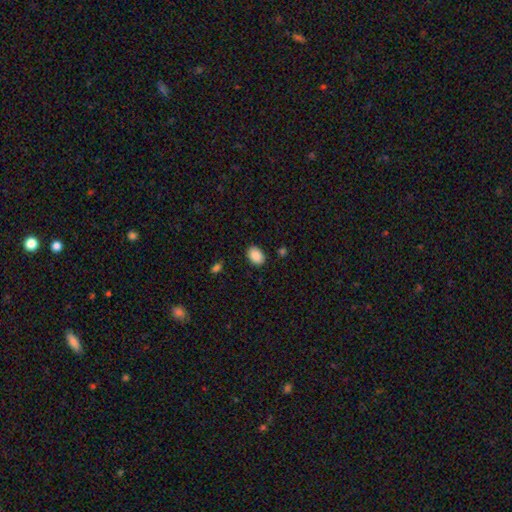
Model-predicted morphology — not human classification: Q: Smooth or featured?
A: smooth (89%); runner-up: star or artifact (8%)
Q: How rounded?
A: in between (82%); runner-up: round (17%)
Q: Merging?
A: none (87%); runner-up: minor disturbance (9%)